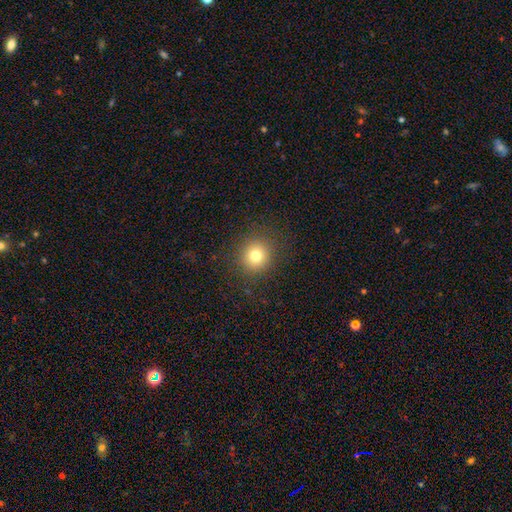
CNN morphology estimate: This appears to be a smooth galaxy with no disk features (76%) that is round (90%). Merging: none (88%).